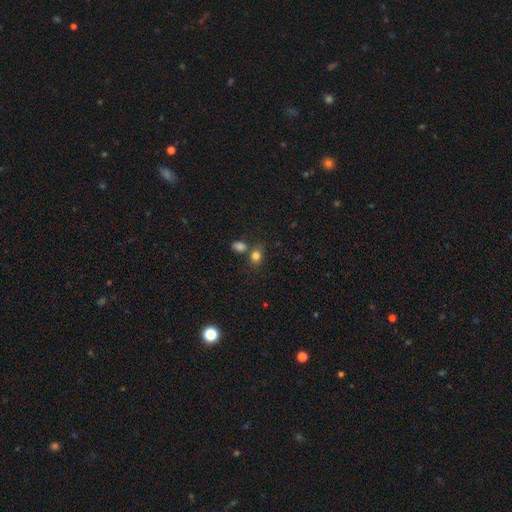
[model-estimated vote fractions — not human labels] Smooth or featured? smooth (80%)
How rounded? in between (52%)
Merging? none (58%)